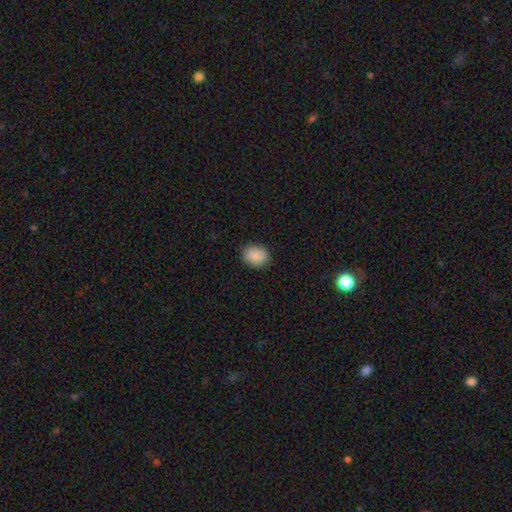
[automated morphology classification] A smooth galaxy with no disk features (89%) that is in between round and cigar-shaped (51%).

Vote fractions:
- Smooth or featured? smooth: 89% / star or artifact: 7% / featured or disk: 4%
- How rounded? in between: 51% / round: 48% / cigar-shaped: 1%
- Merging? none: 89% / minor disturbance: 8% / major disturbance: 2% / merger: 1%